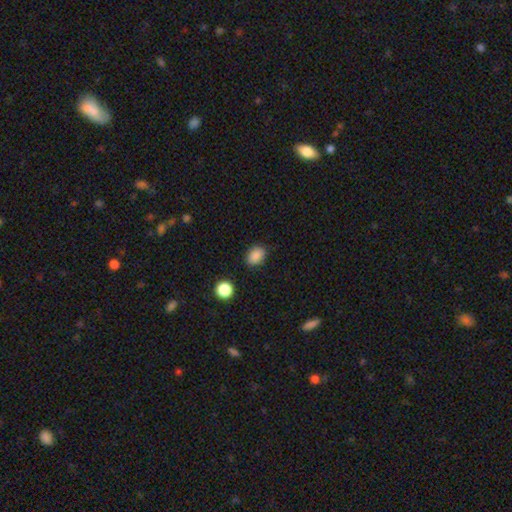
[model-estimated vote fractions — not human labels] This is clearly a smooth galaxy (86%). How rounded: likely in between (67%). Merging: clearly none (82%).